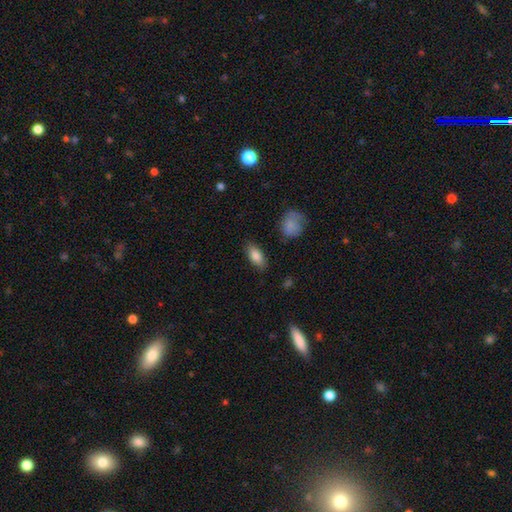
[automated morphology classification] This appears to be a smooth galaxy with no disk features (83%) that is in between round and cigar-shaped (86%). Merging: none (85%).